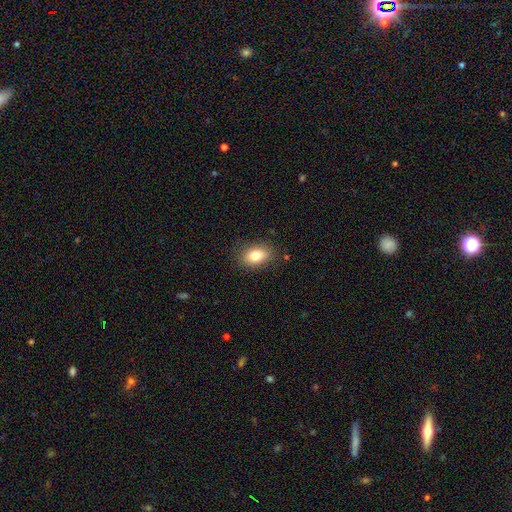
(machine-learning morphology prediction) Smooth or featured?
  - smooth: 82% *
  - featured or disk: 9%
  - star or artifact: 9%
How rounded?
  - in between: 84% *
  - round: 14%
  - cigar-shaped: 2%
Merging?
  - none: 85% *
  - minor disturbance: 11%
  - major disturbance: 3%
  - merger: 1%